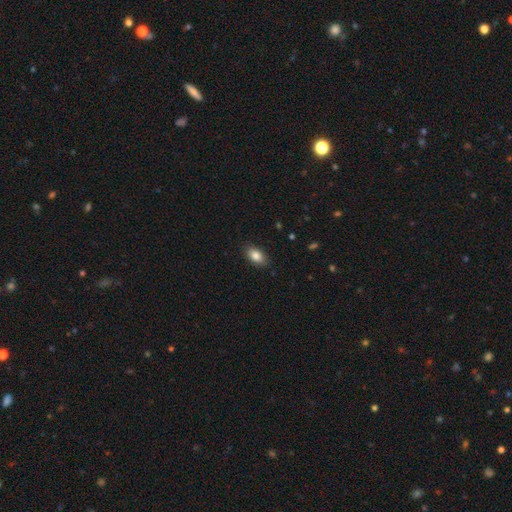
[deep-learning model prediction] This is clearly a smooth galaxy (84%). How rounded: clearly in between (91%). Merging: clearly none (88%).